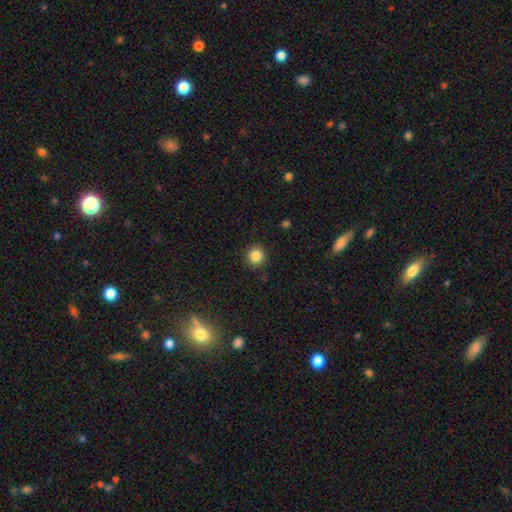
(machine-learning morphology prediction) This appears to be a smooth galaxy with no disk features (85%) that is round (95%). Merging: none (92%).